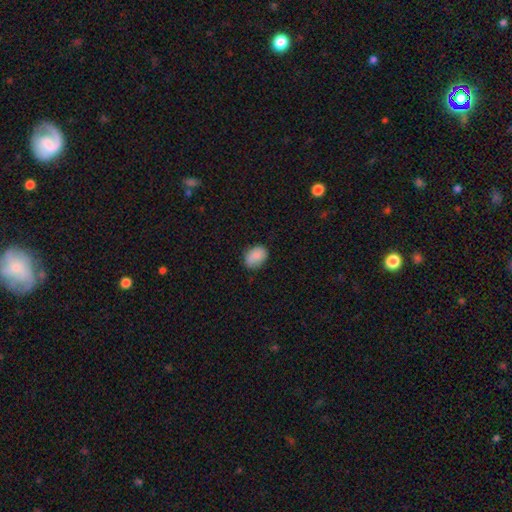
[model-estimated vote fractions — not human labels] smooth 85%, star or artifact 8%, featured or disk 7%. Down the decision tree: how rounded — in between (68%); merging — none (74%).